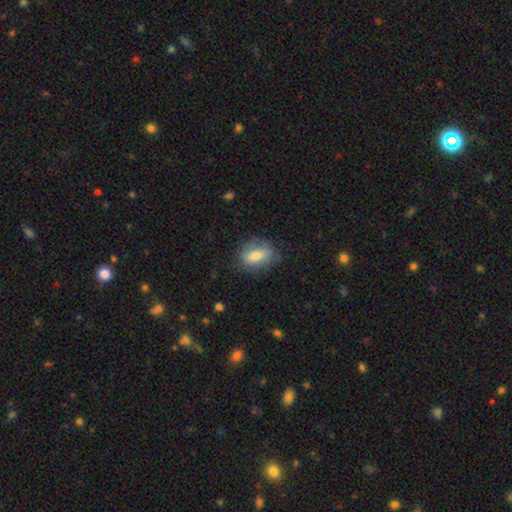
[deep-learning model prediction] smooth_or_featured: smooth (p=0.73) [alt: featured or disk p=0.19]
how_rounded: in between (p=0.79) [alt: round p=0.17]
merging: none (p=0.71) [alt: minor disturbance p=0.20]